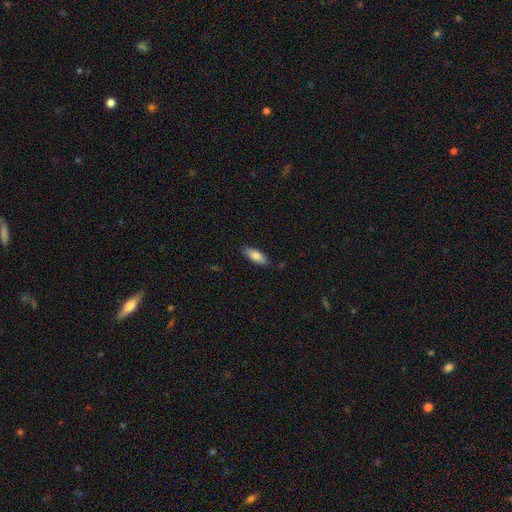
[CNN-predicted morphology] This is likely a smooth galaxy (80%). How rounded: likely in between (65%). Merging: clearly none (82%).